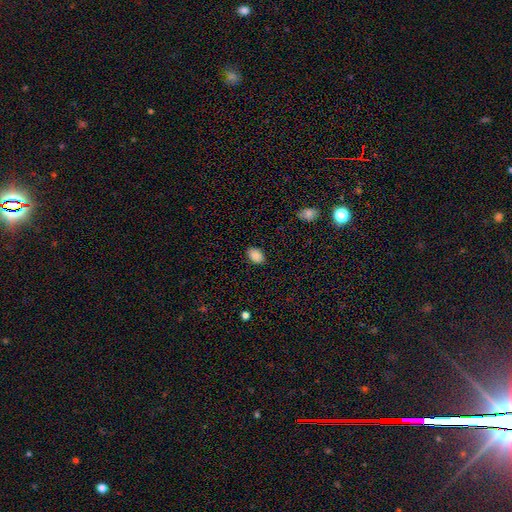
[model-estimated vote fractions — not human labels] Morphology: type=smooth (87%); roundness=in between (87%); merging=none (88%).